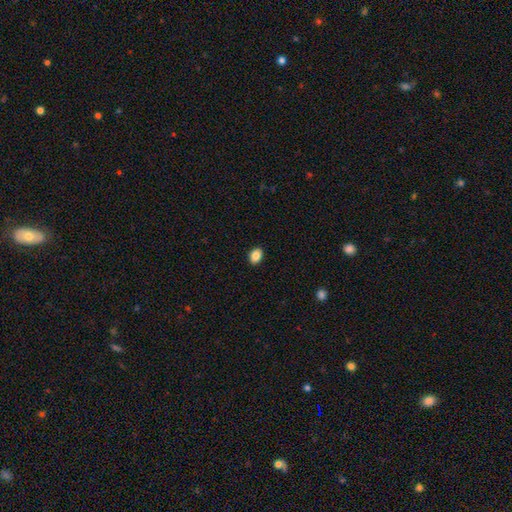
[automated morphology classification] Overall: smooth (87%). How rounded: in between (71%). Merging: none (91%).